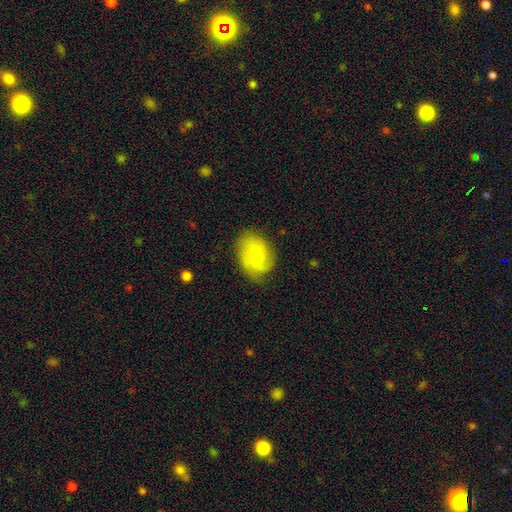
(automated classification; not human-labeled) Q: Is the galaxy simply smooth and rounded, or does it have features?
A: featured or disk — 50%.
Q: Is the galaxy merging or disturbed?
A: none — 73%.